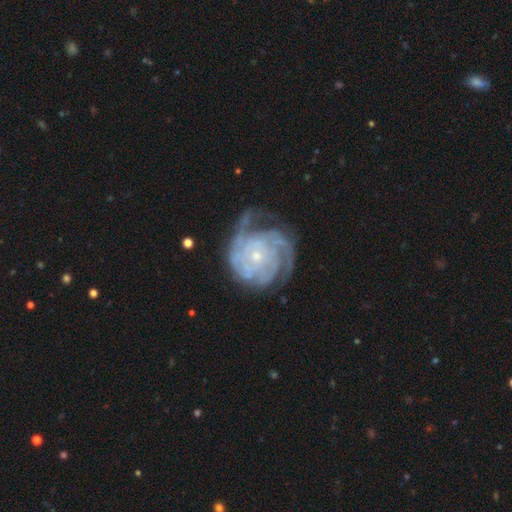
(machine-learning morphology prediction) This is clearly a featured or disk galaxy (87%). It is clearly not viewed edge-on (98%). Bar: likely no (79%). Spiral arm pattern: clearly yes (96%). Spiral arm count: marginally can't tell (28%). Spiral winding: likely tight (71%). Central bulge: likely small (79%). Merging: likely none (62%).